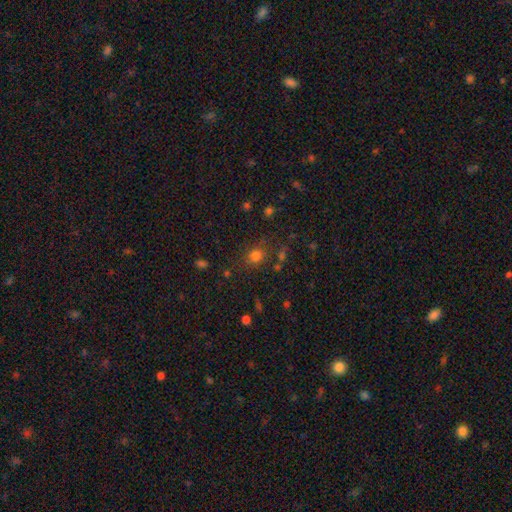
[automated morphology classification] Smooth or featured? smooth (74%)
How rounded? round (68%)
Merging? none (76%)